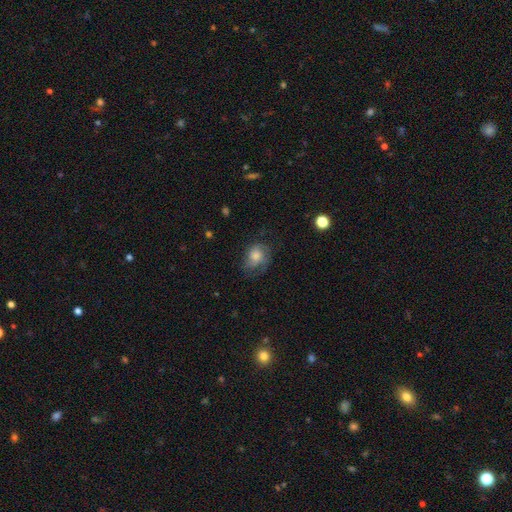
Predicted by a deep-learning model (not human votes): Smooth or featured?
  - smooth: 46% *
  - featured or disk: 42%
  - star or artifact: 11%
Merging?
  - none: 57% *
  - minor disturbance: 25%
  - major disturbance: 17%
  - merger: 1%